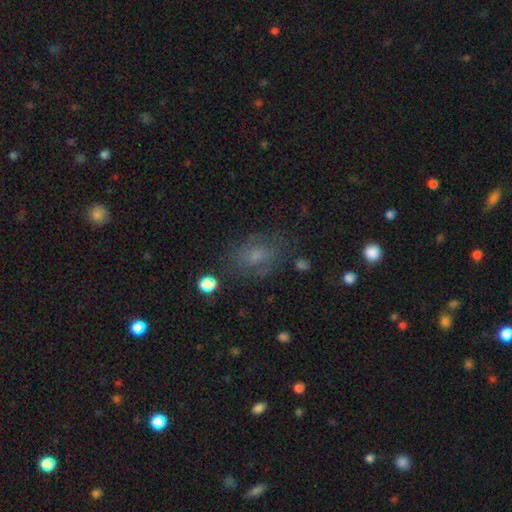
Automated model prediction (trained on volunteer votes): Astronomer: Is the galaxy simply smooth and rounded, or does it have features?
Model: smooth — 52% (runner-up: featured or disk, 29%).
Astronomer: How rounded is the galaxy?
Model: in between — 67%.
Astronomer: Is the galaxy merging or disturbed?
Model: none — 66%.